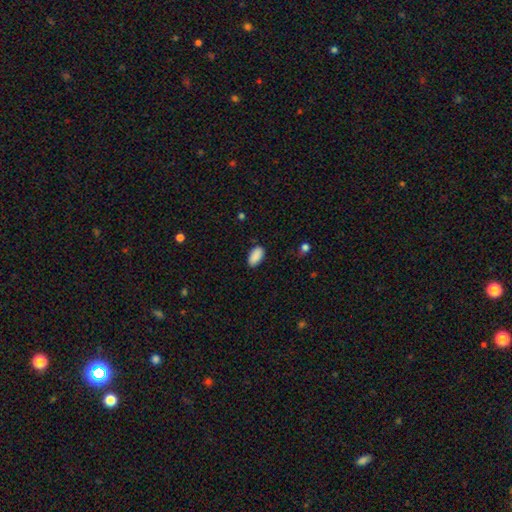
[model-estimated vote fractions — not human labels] smooth_or_featured: smooth (p=0.90) [alt: star or artifact p=0.07]
how_rounded: in between (p=0.94) [alt: cigar-shaped p=0.03]
merging: none (p=0.85) [alt: minor disturbance p=0.11]